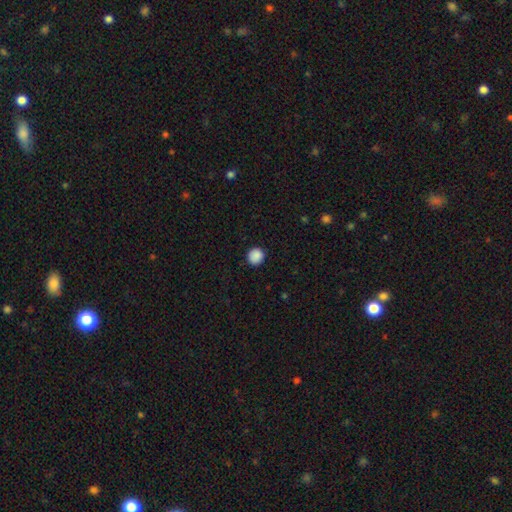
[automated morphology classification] type=smooth (89%); roundness=round (92%); merging=none (91%).